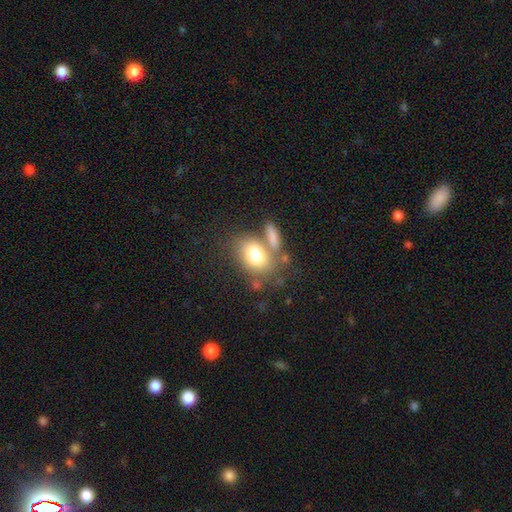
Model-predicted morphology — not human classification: Overall: smooth (77%). How rounded: in between (79%). Merging: none (51%; merger 27%).